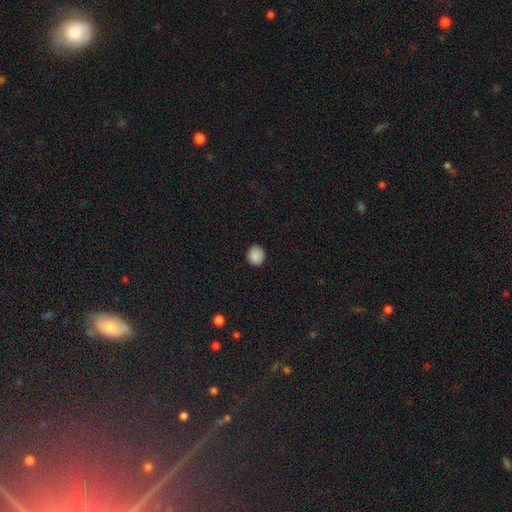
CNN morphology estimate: Q: Smooth or featured?
A: smooth (88%); runner-up: star or artifact (9%)
Q: How rounded?
A: round (88%); runner-up: in between (11%)
Q: Merging?
A: none (91%); runner-up: minor disturbance (7%)